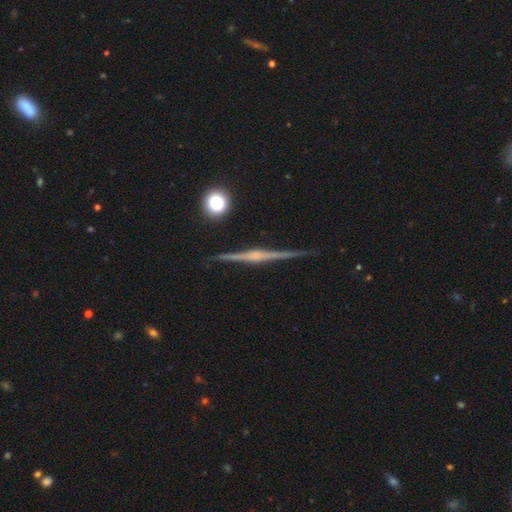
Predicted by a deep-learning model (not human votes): smooth_or_featured: featured or disk (p=0.85) [alt: smooth p=0.09]
disk_edge_on: yes (p=0.98) [alt: no p=0.02]
edge_on_bulge: rounded (p=0.67) [alt: none p=0.17]
merging: none (p=0.90) [alt: minor disturbance p=0.07]